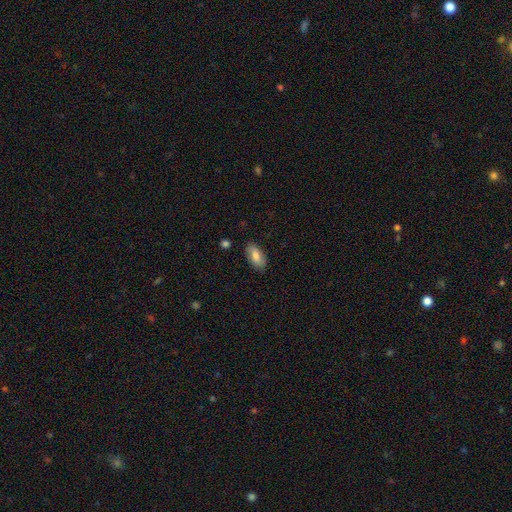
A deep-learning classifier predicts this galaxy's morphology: smooth 79%, featured or disk 14%, star or artifact 7%. Down the decision tree: how rounded — in between (91%); merging — none (86%).